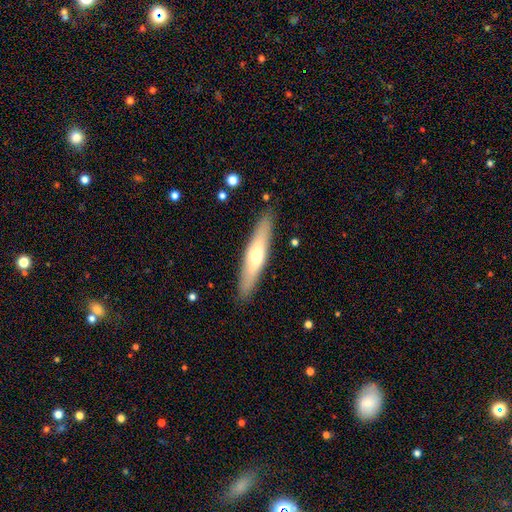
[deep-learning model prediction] This appears to be a smooth galaxy with no disk features (52%) that is cigar-shaped (84%). Merging: none (89%).